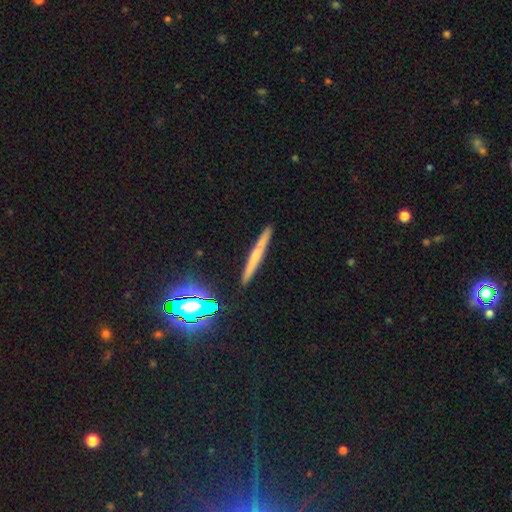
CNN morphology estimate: Smooth or featured? featured or disk (43%, tied with smooth)
Merging? none (91%)